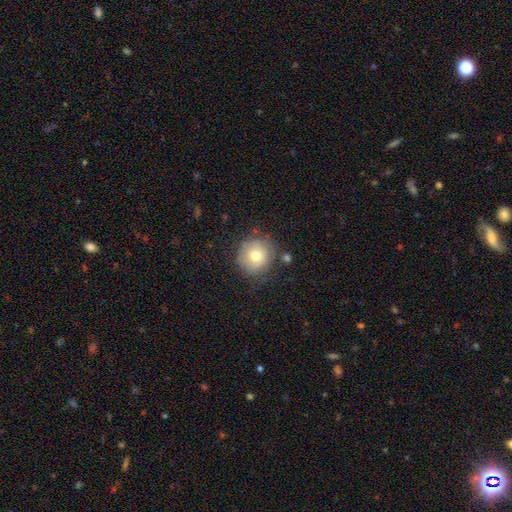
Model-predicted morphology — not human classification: Overall: smooth (67%). How rounded: round (89%). Merging: none (74%).